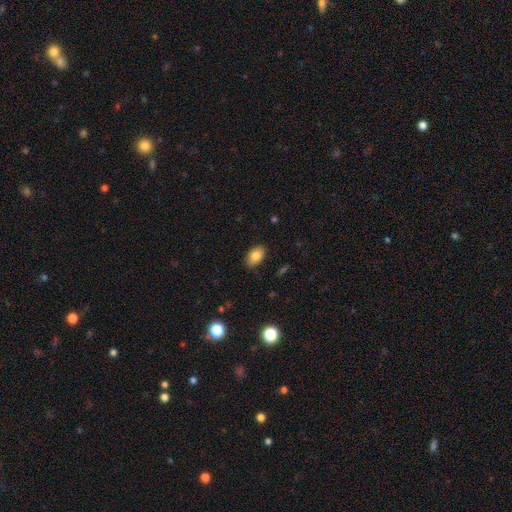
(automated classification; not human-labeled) This appears to be a smooth galaxy with no disk features (83%) that is in between round and cigar-shaped (90%). Merging: none (86%).